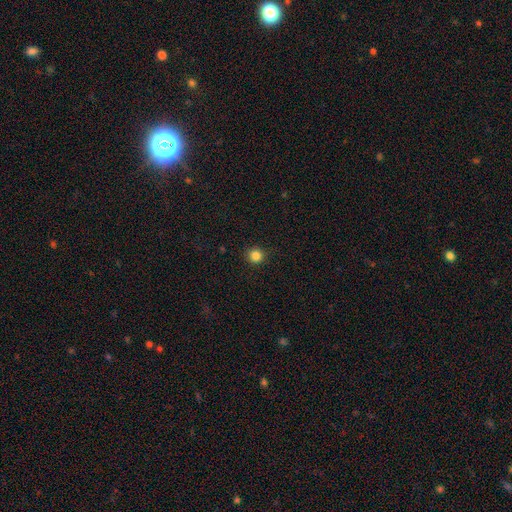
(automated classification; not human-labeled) smooth_or_featured: smooth (p=0.85) [alt: star or artifact p=0.12]
how_rounded: round (p=0.94) [alt: in between p=0.05]
merging: none (p=0.91) [alt: minor disturbance p=0.06]